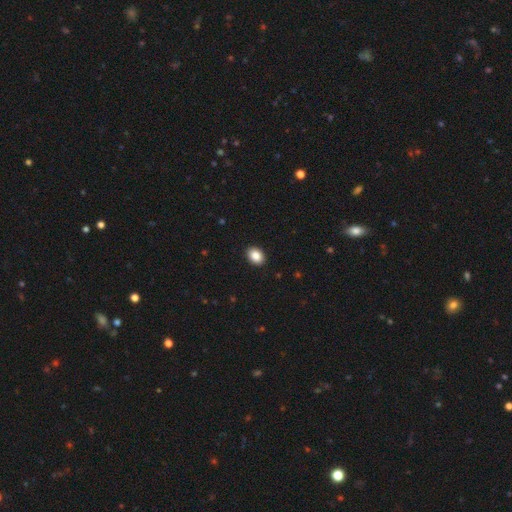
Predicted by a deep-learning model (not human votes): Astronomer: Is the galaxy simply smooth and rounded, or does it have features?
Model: smooth — 88%.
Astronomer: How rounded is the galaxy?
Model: in between — 75%.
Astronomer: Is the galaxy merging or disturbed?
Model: none — 91%.